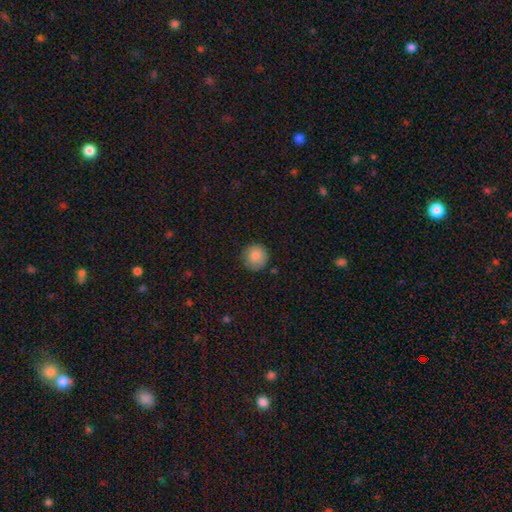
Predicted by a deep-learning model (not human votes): Smooth or featured?
  - smooth: 86% *
  - star or artifact: 8%
  - featured or disk: 6%
How rounded?
  - round: 94% *
  - in between: 5%
  - cigar-shaped: 1%
Merging?
  - none: 85% *
  - minor disturbance: 11%
  - major disturbance: 2%
  - merger: 1%